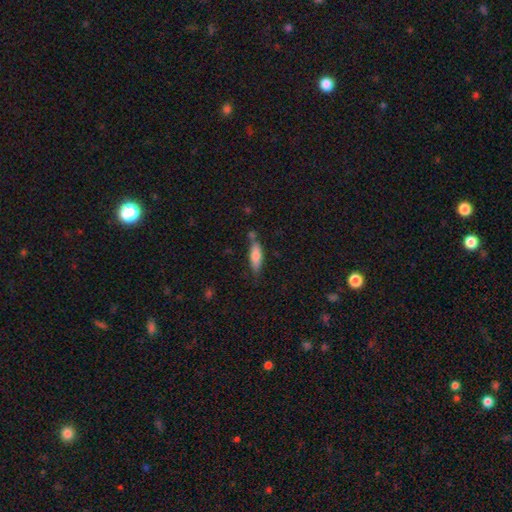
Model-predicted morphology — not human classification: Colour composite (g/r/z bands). It shows a smooth galaxy with no disk features (75%) that is cigar-shaped (52%). Merging: none (65%).